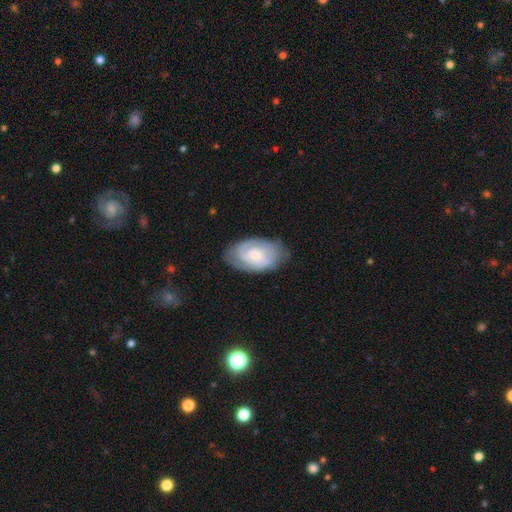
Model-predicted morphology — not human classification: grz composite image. It shows a featured or disk galaxy (80%) with no bar (65%), 2 (44%) tight (65%) spiral arms (95%) and a small central bulge (64%). Merging: none (74%).